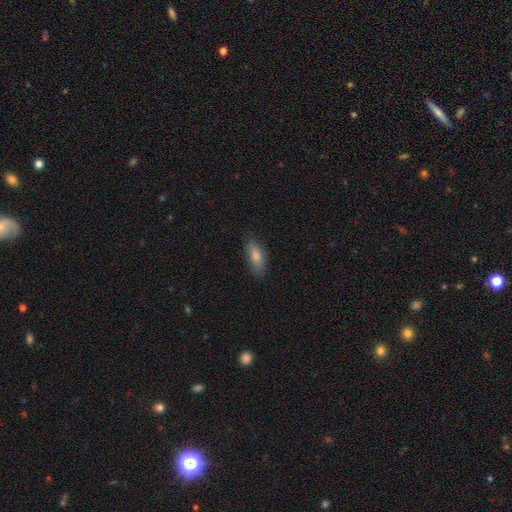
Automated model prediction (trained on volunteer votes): smooth 75%, featured or disk 17%, star or artifact 8%. Down the decision tree: how rounded — in between (69%); merging — none (81%).